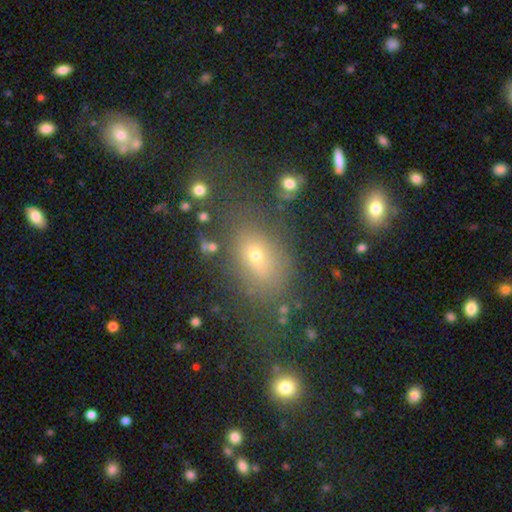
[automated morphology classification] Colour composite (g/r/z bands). It shows a smooth galaxy with no disk features (64%) that is in between round and cigar-shaped (72%). Merging: none (66%).